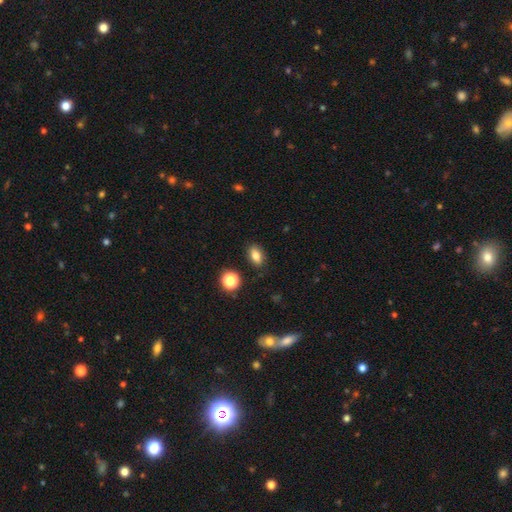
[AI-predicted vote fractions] The model was most divided on "smooth or featured": smooth: 79%, star or artifact: 11%, featured or disk: 9%. More confident: merging — none (86%); how rounded — in between (83%).